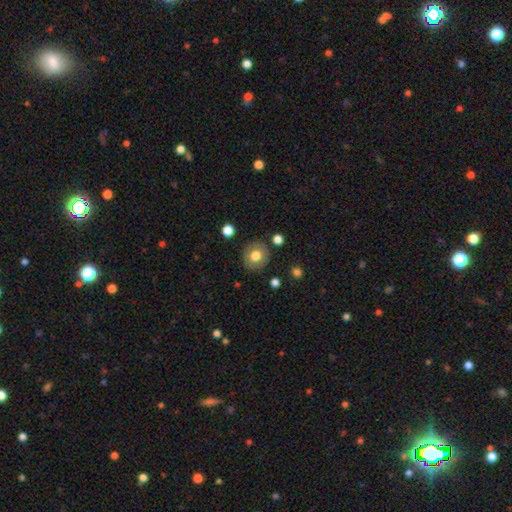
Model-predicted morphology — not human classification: smooth_or_featured: smooth (p=0.74) [alt: featured or disk p=0.18]
how_rounded: round (p=0.83) [alt: in between p=0.16]
merging: none (p=0.86) [alt: minor disturbance p=0.09]